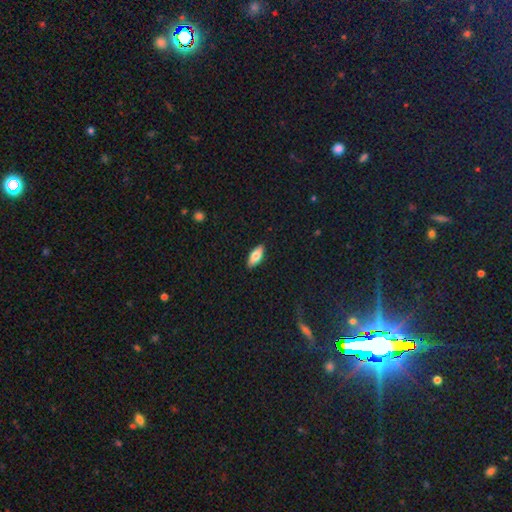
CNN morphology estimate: Overall: smooth (78%). How rounded: in between (80%). Merging: none (89%).